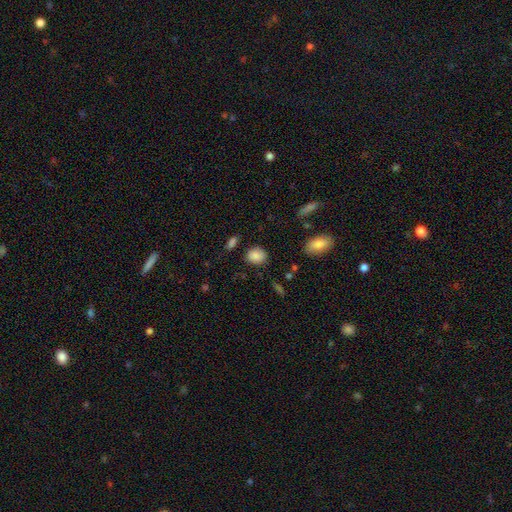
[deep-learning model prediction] Smooth or featured?
  - smooth: 86% *
  - star or artifact: 8%
  - featured or disk: 5%
How rounded?
  - round: 60% *
  - in between: 39%
  - cigar-shaped: 1%
Merging?
  - none: 81% *
  - minor disturbance: 13%
  - major disturbance: 3%
  - merger: 3%